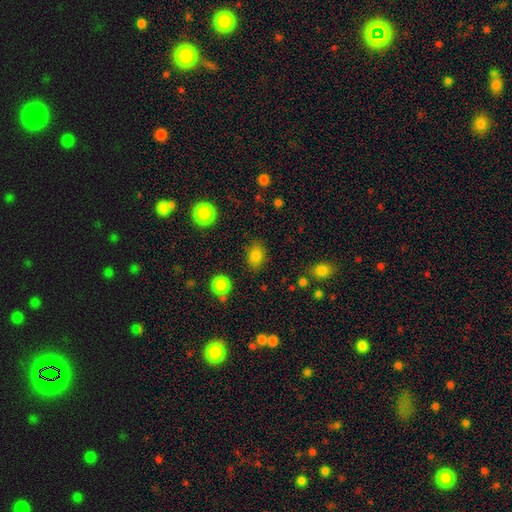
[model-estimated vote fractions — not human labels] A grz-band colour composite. It shows a smooth galaxy with no disk features (84%) that is in between round and cigar-shaped (69%). Merging: none (82%).